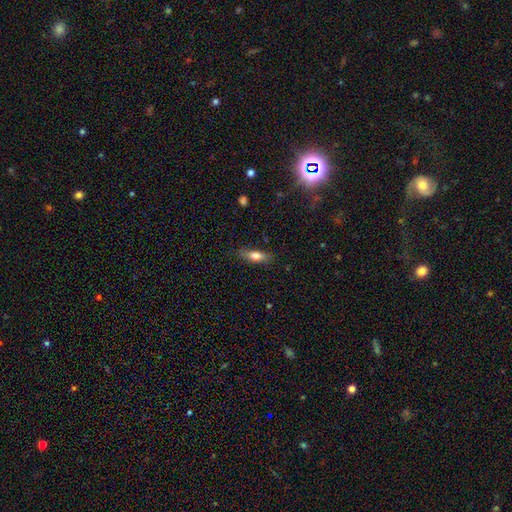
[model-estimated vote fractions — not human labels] smooth 70%, featured or disk 23%, star or artifact 7%. Down the decision tree: how rounded — in between (56%); merging — none (81%).